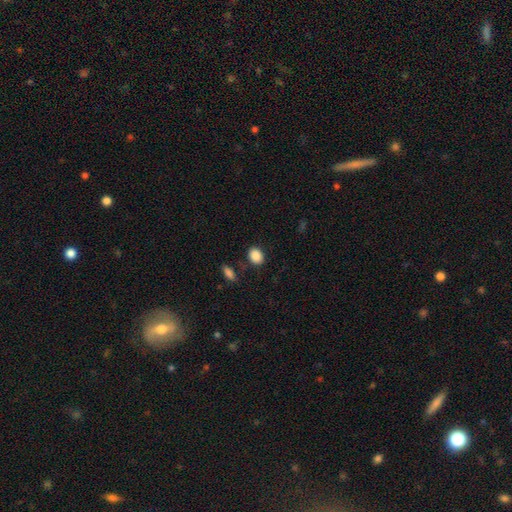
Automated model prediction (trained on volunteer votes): Q: Smooth or featured?
A: smooth (89%); runner-up: star or artifact (8%)
Q: How rounded?
A: in between (65%); runner-up: round (34%)
Q: Merging?
A: none (81%); runner-up: minor disturbance (12%)